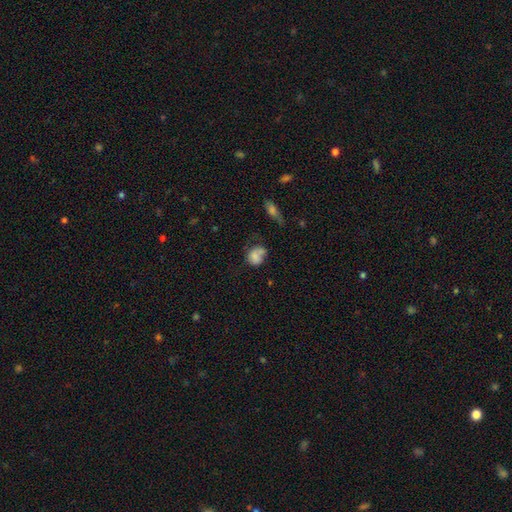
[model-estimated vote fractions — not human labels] smooth 74%, featured or disk 16%, star or artifact 10%. Down the decision tree: how rounded — round (52%); merging — none (38%).